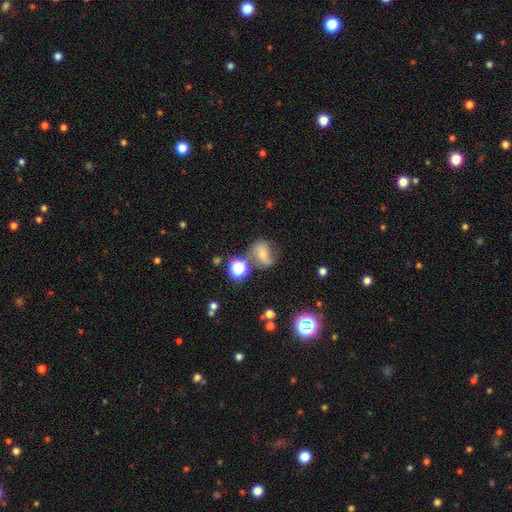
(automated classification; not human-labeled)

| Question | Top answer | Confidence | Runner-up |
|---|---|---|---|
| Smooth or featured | featured or disk | 44% | smooth (28%) |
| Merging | none | 63% | minor disturbance (18%) |